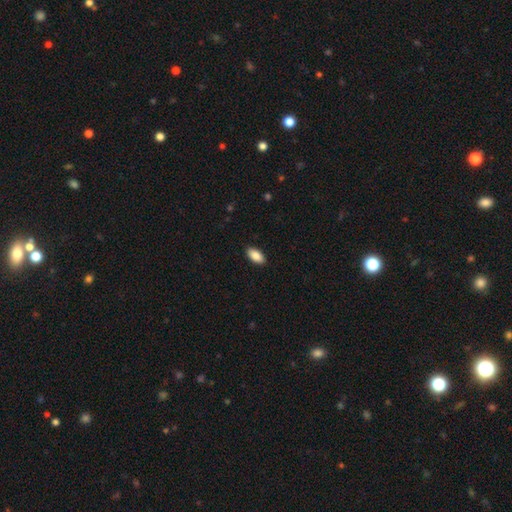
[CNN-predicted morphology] Overall: smooth (88%). How rounded: in between (94%). Merging: none (90%).